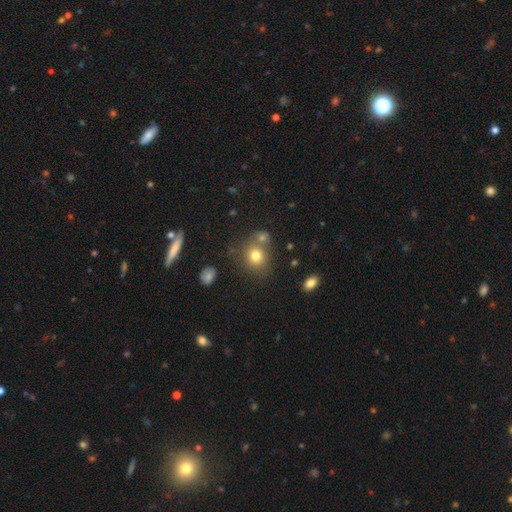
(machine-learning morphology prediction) smooth-or-featured: smooth: 77% | star or artifact: 13% | featured or disk: 11%
  how-rounded: round: 72% | in between: 27% | cigar-shaped: 1%
  merging: none: 63% | merger: 20% | minor disturbance: 12% | major disturbance: 5%